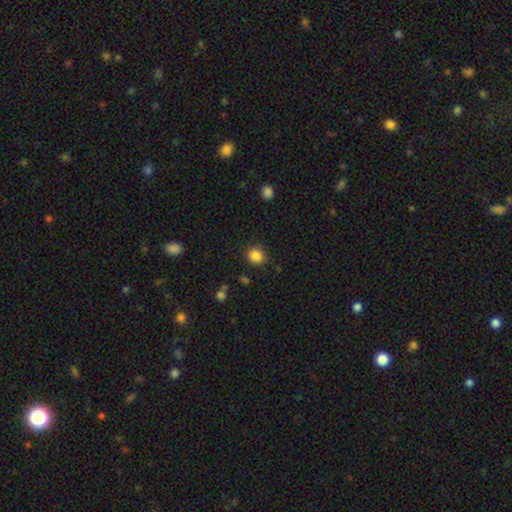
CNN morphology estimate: Q: Smooth or featured?
A: smooth (86%); runner-up: star or artifact (10%)
Q: How rounded?
A: round (69%); runner-up: in between (30%)
Q: Merging?
A: none (84%); runner-up: minor disturbance (12%)